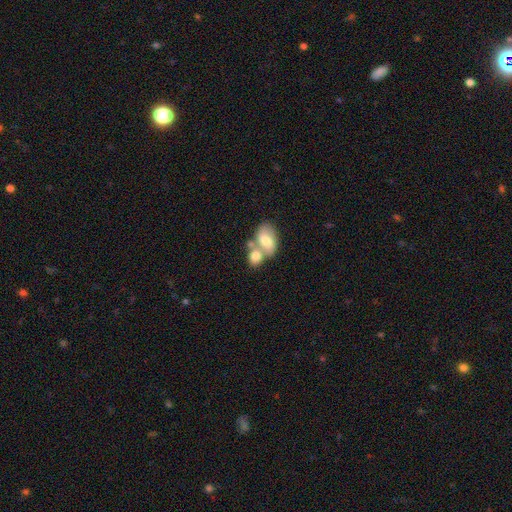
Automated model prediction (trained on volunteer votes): This is likely a smooth galaxy (72%). How rounded: likely in between (73%). Merging: likely merger (62%).